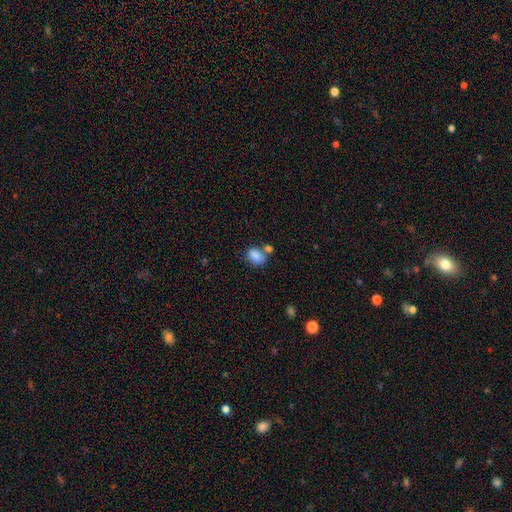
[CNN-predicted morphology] smooth_or_featured: smooth (p=0.83) [alt: star or artifact p=0.09]
how_rounded: in between (p=0.75) [alt: round p=0.24]
merging: none (p=0.49) [alt: merger p=0.29]